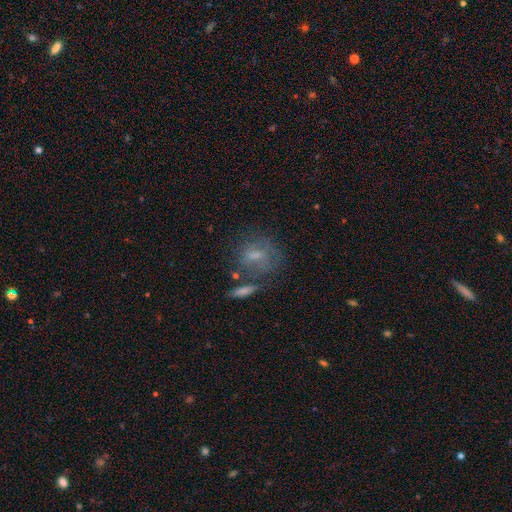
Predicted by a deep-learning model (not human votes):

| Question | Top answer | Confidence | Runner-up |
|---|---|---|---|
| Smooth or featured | smooth | 51% | featured or disk (35%) |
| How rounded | round | 51% | in between (43%) |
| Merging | none | 54% | minor disturbance (19%) |